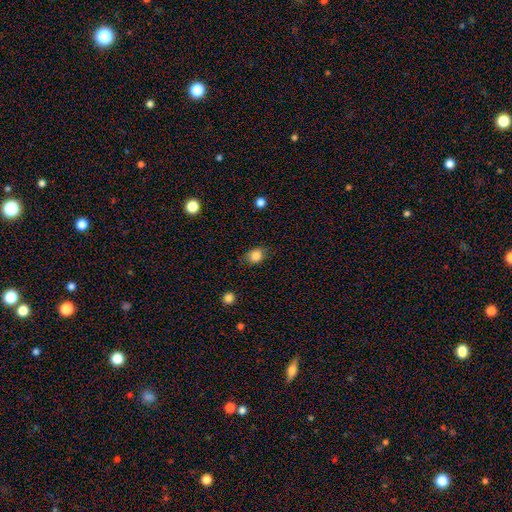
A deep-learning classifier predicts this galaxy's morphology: Overall: smooth (84%). How rounded: in between (55%; round 43%). Merging: none (75%).